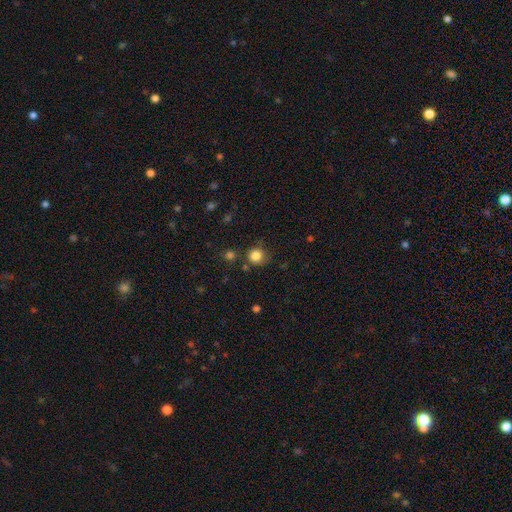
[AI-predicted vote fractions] Overall: smooth (83%). How rounded: round (88%). Merging: none (73%).